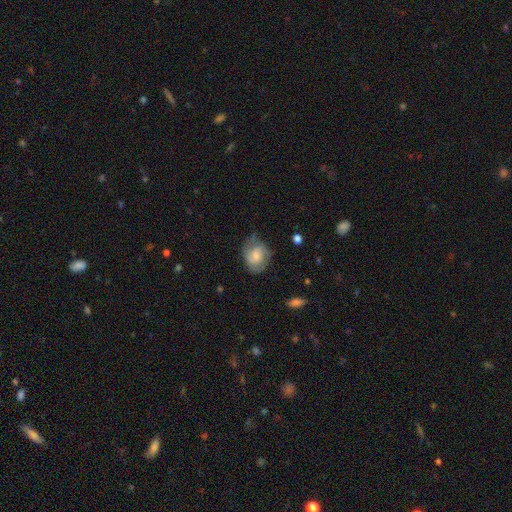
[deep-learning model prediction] smooth_or_featured: smooth (p=0.49) [alt: featured or disk p=0.43]
merging: none (p=0.54) [alt: minor disturbance p=0.30]